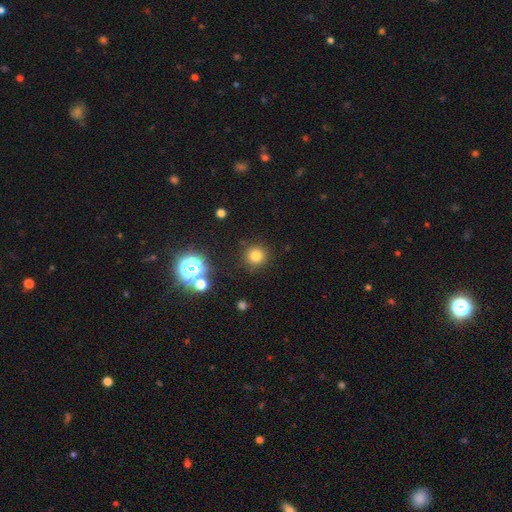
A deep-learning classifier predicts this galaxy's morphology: smooth 78%, star or artifact 16%, featured or disk 6%. Down the decision tree: how rounded — round (94%); merging — none (88%).